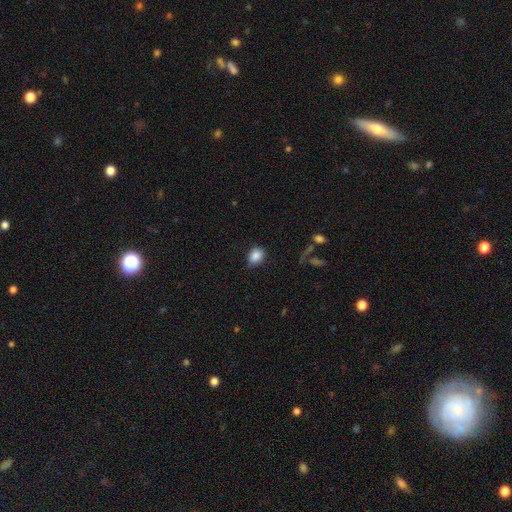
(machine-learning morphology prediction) Q: Smooth or featured?
A: smooth (86%); runner-up: star or artifact (9%)
Q: How rounded?
A: in between (56%); runner-up: round (43%)
Q: Merging?
A: none (78%); runner-up: minor disturbance (16%)